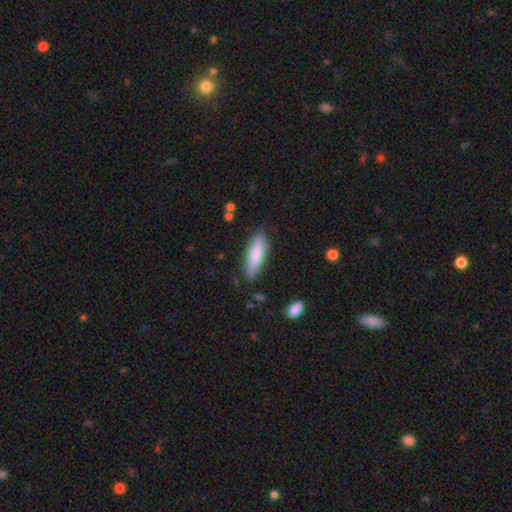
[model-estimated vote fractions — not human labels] This is clearly a smooth galaxy (82%). How rounded: possibly cigar-shaped (56%). Merging: clearly none (84%).